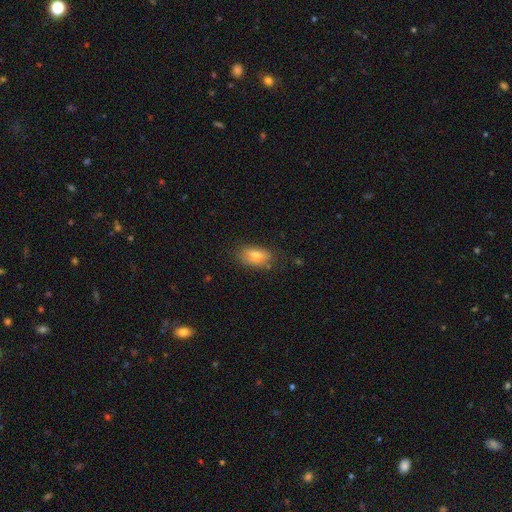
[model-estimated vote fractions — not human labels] Overall: smooth (64%; featured or disk 26%). How rounded: in between (82%). Merging: none (72%).